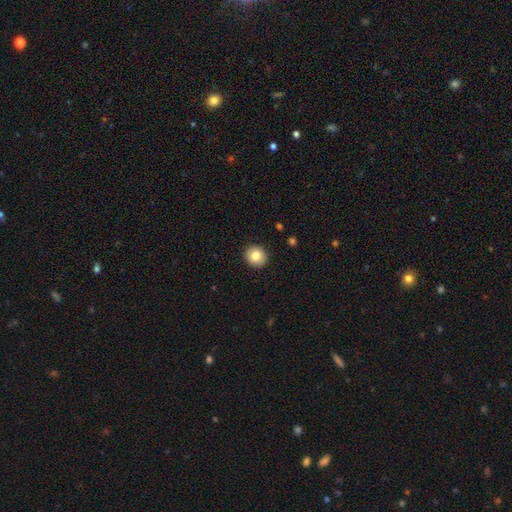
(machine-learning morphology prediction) smooth 81%, featured or disk 11%, star or artifact 9%. Down the decision tree: how rounded — round (88%); merging — none (92%).